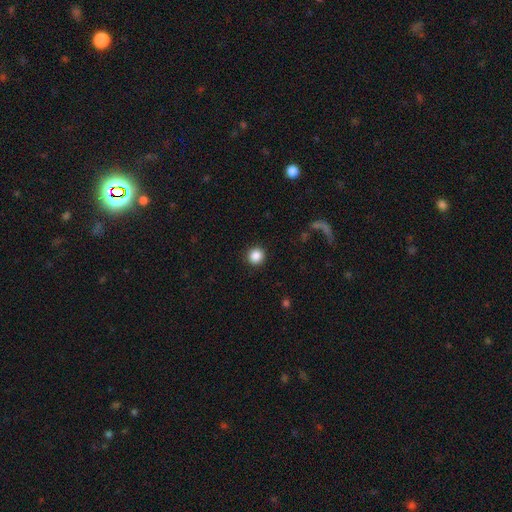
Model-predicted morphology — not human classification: This appears to be a smooth galaxy with no disk features (87%) that is round (93%). Merging: none (91%).